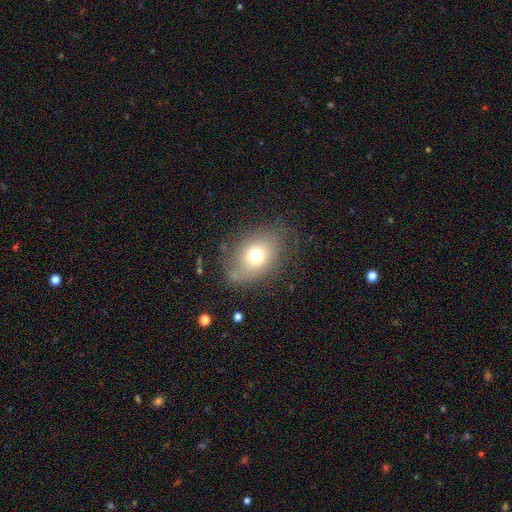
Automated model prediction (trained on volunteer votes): Smooth or featured? Predicted: smooth (p=0.68). How rounded? Predicted: in between (p=0.65). Merging? Predicted: none (p=0.68).